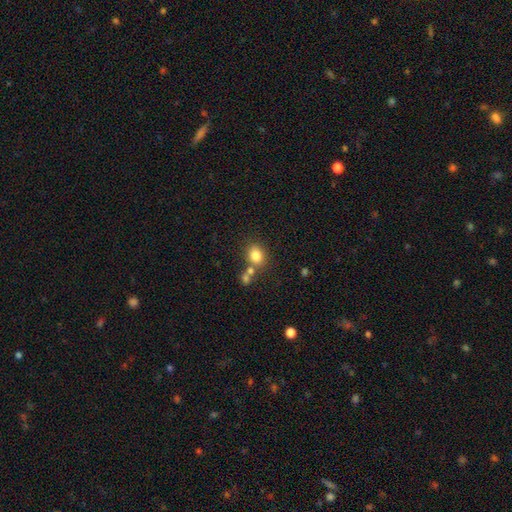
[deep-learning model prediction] This is clearly a smooth galaxy (81%). How rounded: possibly round (58%). Merging: possibly none (60%).